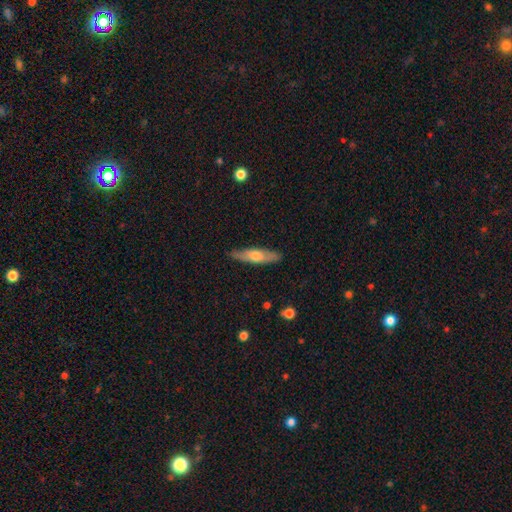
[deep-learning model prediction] Q: Smooth or featured?
A: smooth (51%); runner-up: featured or disk (43%)
Q: How rounded?
A: cigar-shaped (72%); runner-up: in between (26%)
Q: Merging?
A: none (86%); runner-up: minor disturbance (11%)